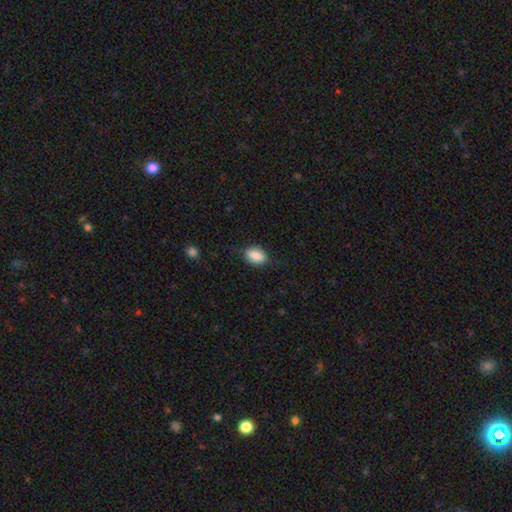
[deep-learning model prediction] smooth_or_featured: smooth (p=0.86) [alt: star or artifact p=0.08]
how_rounded: in between (p=0.84) [alt: round p=0.12]
merging: none (p=0.77) [alt: minor disturbance p=0.17]